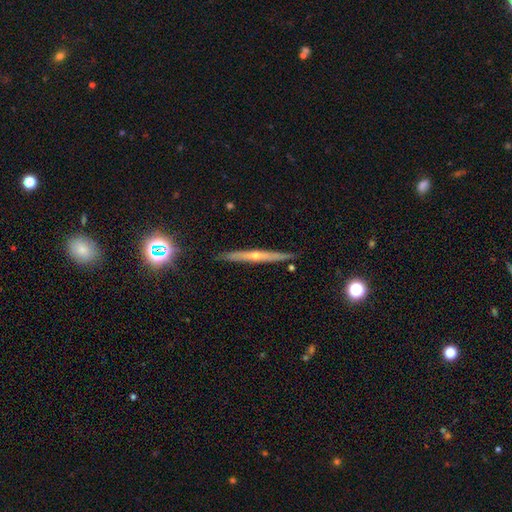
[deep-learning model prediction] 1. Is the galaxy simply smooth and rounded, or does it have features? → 69% featured or disk, 22% smooth, 9% star or artifact.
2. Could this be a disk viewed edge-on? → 97% yes, 3% no.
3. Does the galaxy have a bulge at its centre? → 71% rounded, 26% none, 3% boxy.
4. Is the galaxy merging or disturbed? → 89% none, 8% minor disturbance, 1% merger, 1% major disturbance.